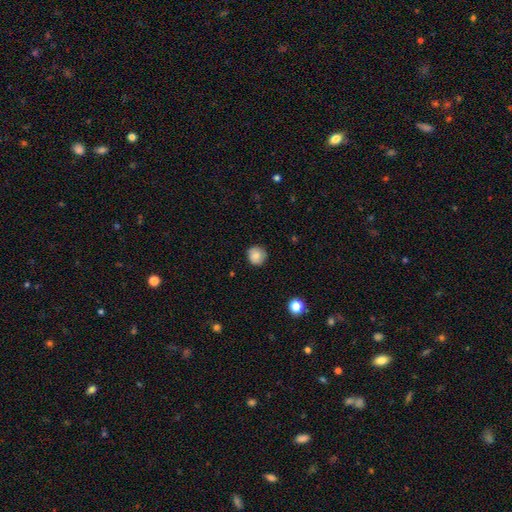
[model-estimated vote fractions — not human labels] This is clearly a smooth galaxy (83%). How rounded: clearly round (92%). Merging: clearly none (87%).